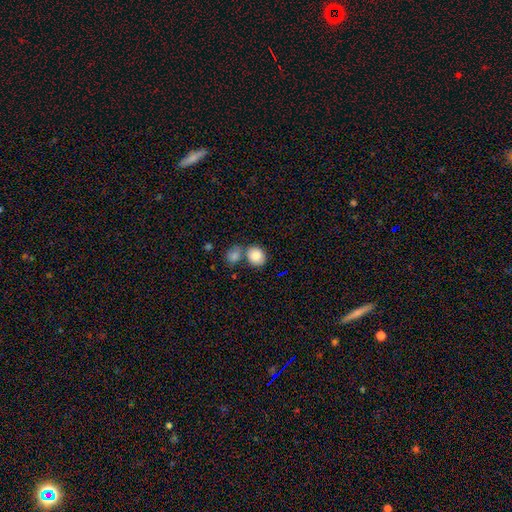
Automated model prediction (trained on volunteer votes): smooth 84%, star or artifact 8%, featured or disk 8%. Down the decision tree: how rounded — round (65%); merging — none (58%).